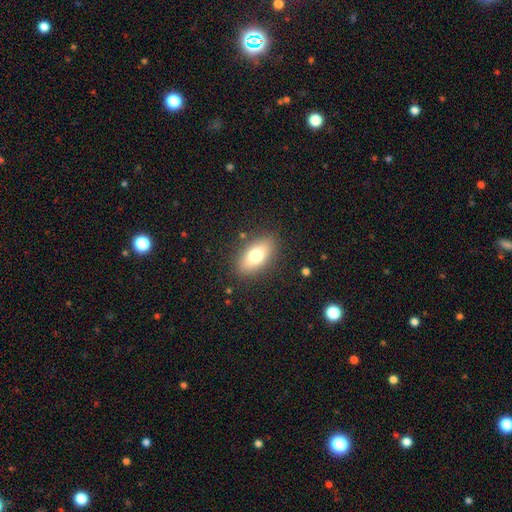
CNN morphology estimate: Smooth or featured?
  - smooth: 74% *
  - featured or disk: 18%
  - star or artifact: 8%
How rounded?
  - in between: 87% *
  - cigar-shaped: 8%
  - round: 6%
Merging?
  - none: 85% *
  - minor disturbance: 10%
  - major disturbance: 3%
  - merger: 1%